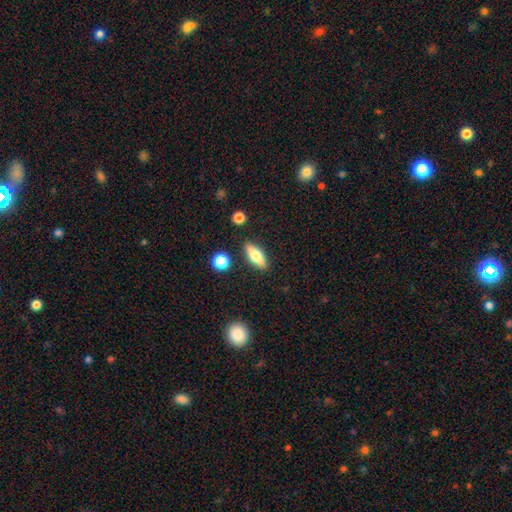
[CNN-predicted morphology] Smooth or featured? Predicted: smooth (p=0.61). How rounded? Predicted: in between (p=0.60). Merging? Predicted: none (p=0.86).